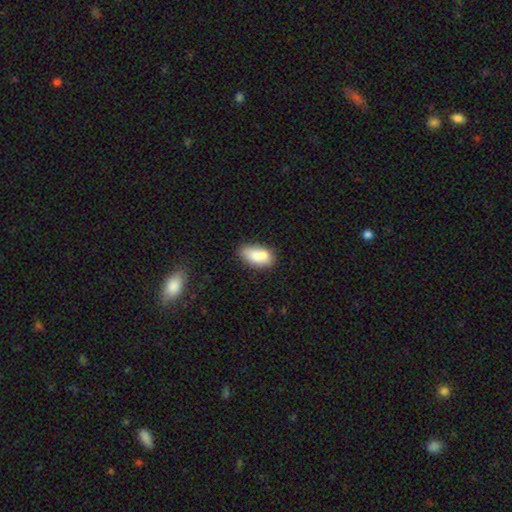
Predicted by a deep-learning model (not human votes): A smooth galaxy with no disk features (75%) that is in between round and cigar-shaped (88%).

Vote fractions:
- Smooth or featured? smooth: 75% / featured or disk: 17% / star or artifact: 8%
- How rounded? in between: 88% / round: 6% / cigar-shaped: 6%
- Merging? none: 46% / merger: 29% / minor disturbance: 20% / major disturbance: 6%